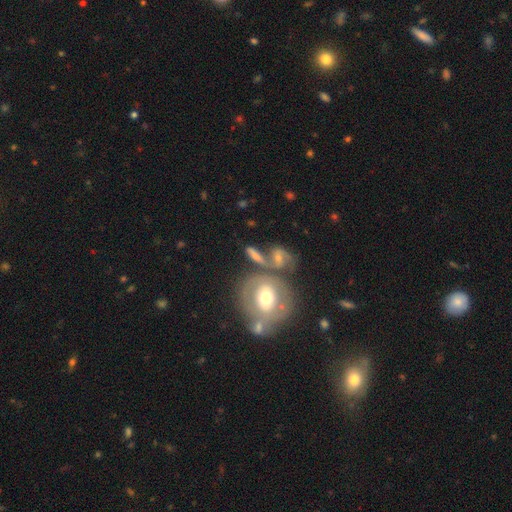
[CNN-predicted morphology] This appears to be a featured or disk galaxy (49%). Merging: none (42%).